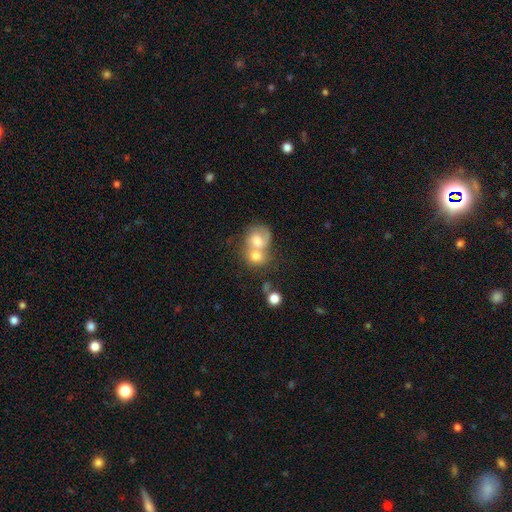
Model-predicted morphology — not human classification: This is likely a smooth galaxy (64%). How rounded: likely round (65%). Merging: likely merger (71%).